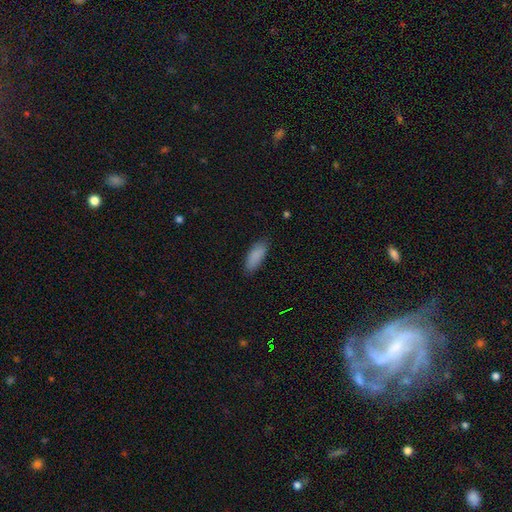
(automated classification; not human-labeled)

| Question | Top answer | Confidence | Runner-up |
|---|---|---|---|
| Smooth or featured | smooth | 89% | star or artifact (7%) |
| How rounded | in between | 75% | cigar-shaped (23%) |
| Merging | none | 84% | minor disturbance (13%) |